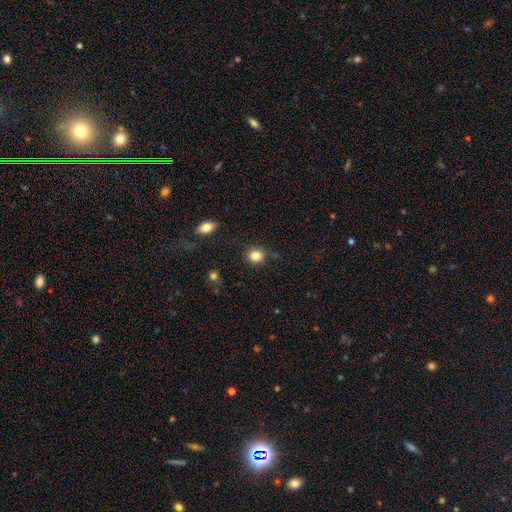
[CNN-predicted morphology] A smooth galaxy with no disk features (83%) that is round (81%). Merging: none (82%).